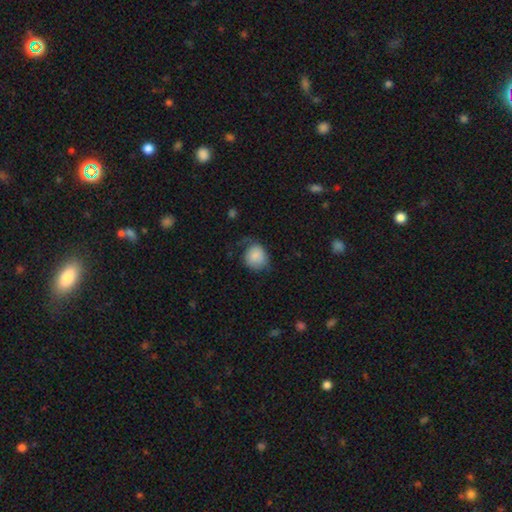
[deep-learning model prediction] This is clearly a smooth galaxy (82%). How rounded: likely round (74%). Merging: possibly none (49%).